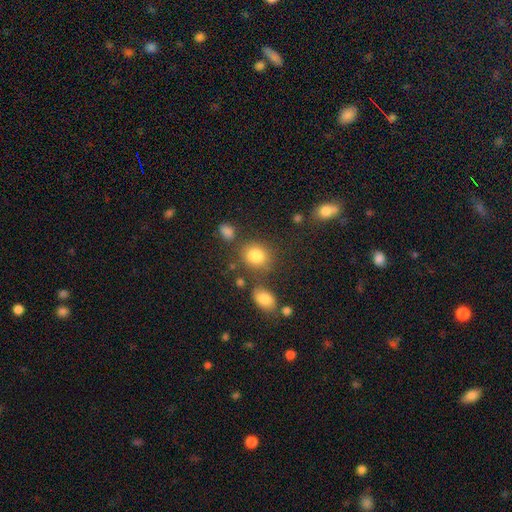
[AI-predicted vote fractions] This is clearly a smooth galaxy (82%). How rounded: likely round (61%). Merging: likely none (71%).